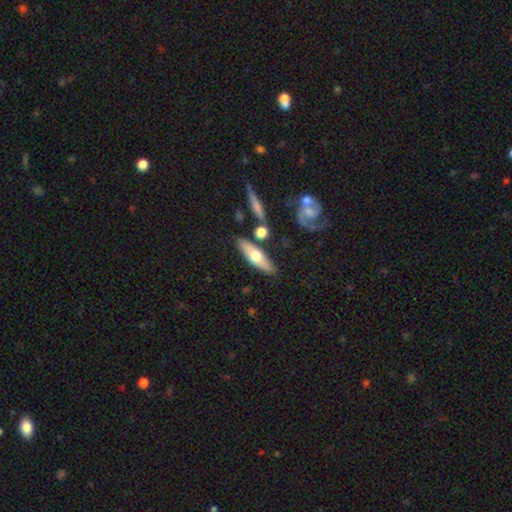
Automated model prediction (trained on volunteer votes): Morphology: type=smooth (53%); roundness=cigar-shaped (51%); merging=none (78%).